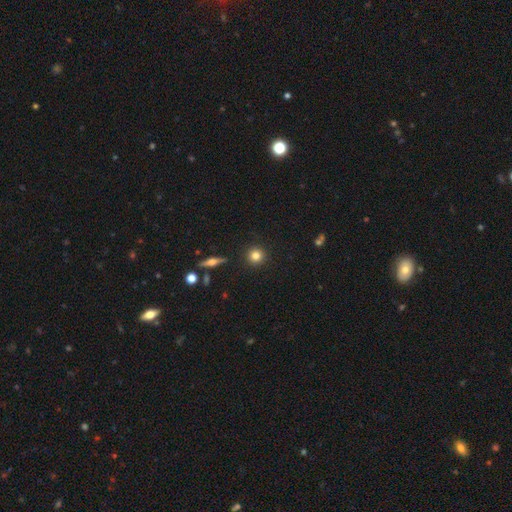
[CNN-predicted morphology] Smooth or featured? Predicted: smooth (p=0.80). How rounded? Predicted: round (p=0.94). Merging? Predicted: none (p=0.91).